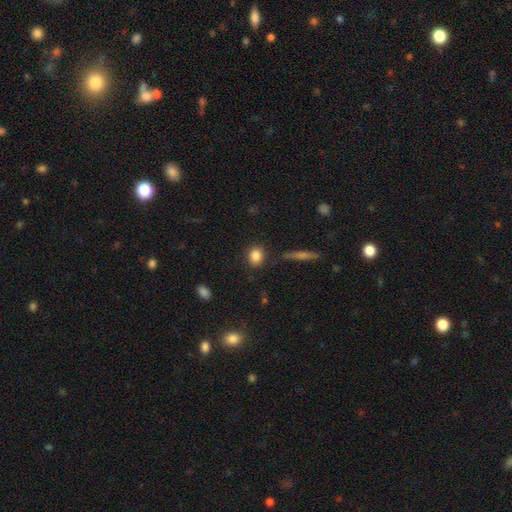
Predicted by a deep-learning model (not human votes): A smooth galaxy with no disk features (85%) that is round (60%). Merging: none (85%).